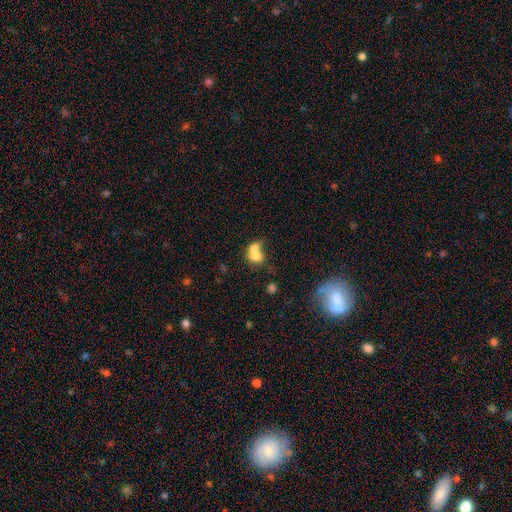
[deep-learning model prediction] Smooth or featured: smooth — 71% (featured or disk — 20%)
How rounded: round — 52% (in between — 46%)
Merging: merger — 73% (none — 17%)